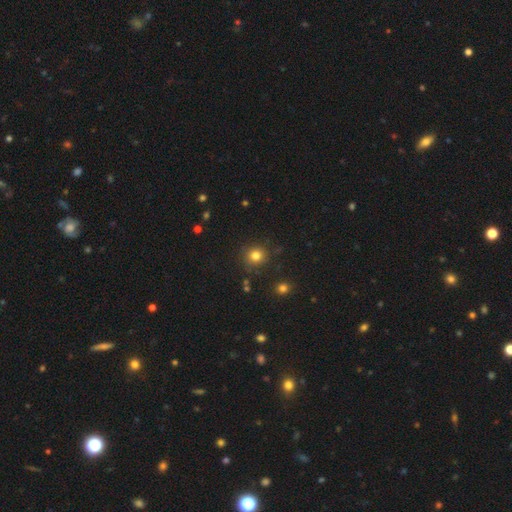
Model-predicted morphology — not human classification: A smooth galaxy with no disk features (80%) that is round (90%). Merging: none (86%).